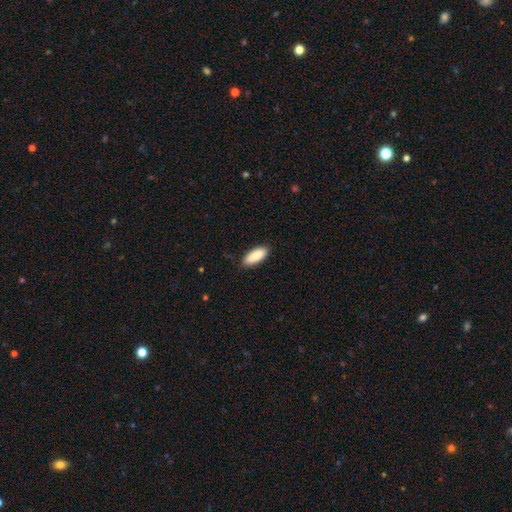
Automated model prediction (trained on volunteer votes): Smooth or featured? Predicted: smooth (p=0.90). How rounded? Predicted: in between (p=0.78). Merging? Predicted: none (p=0.86).